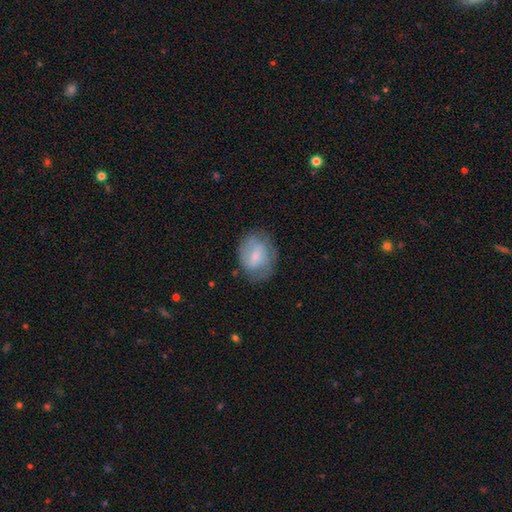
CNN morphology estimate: Overall: smooth (50%; featured or disk 43%). How rounded: in between (54%; round 44%). Merging: none (65%).